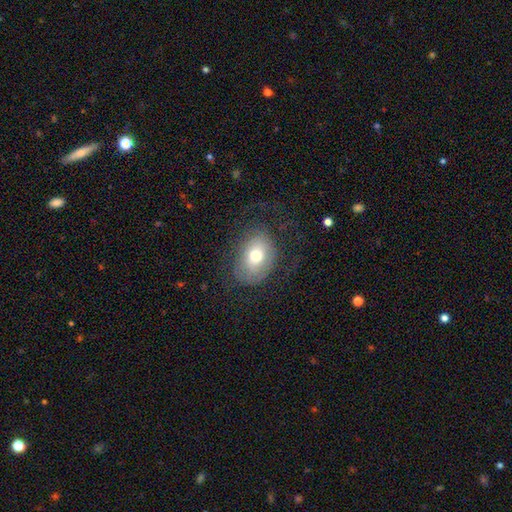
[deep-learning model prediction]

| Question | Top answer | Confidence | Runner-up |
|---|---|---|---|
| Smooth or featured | smooth | 59% | featured or disk (32%) |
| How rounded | in between | 77% | round (22%) |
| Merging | none | 59% | minor disturbance (21%) |